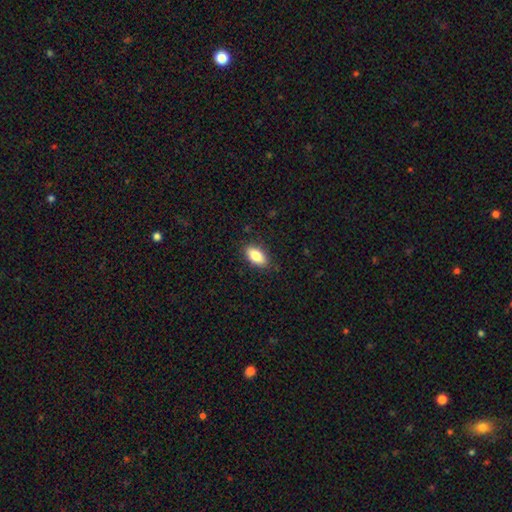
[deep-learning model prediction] Smooth or featured: smooth — 84% (featured or disk — 9%)
How rounded: in between — 91% (cigar-shaped — 5%)
Merging: none — 86% (minor disturbance — 10%)